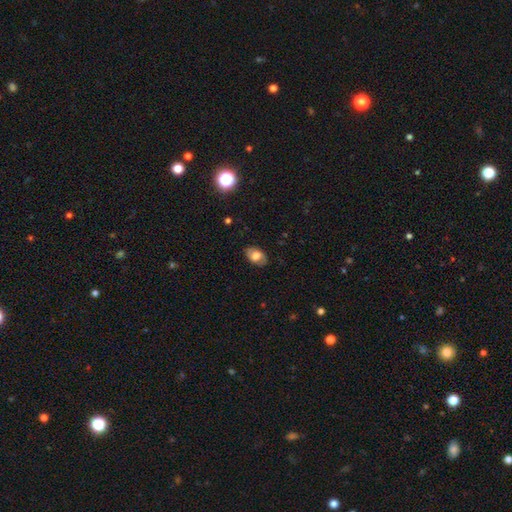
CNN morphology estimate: A smooth galaxy with no disk features (69%) that is in between round and cigar-shaped (87%). Merging: none (82%).